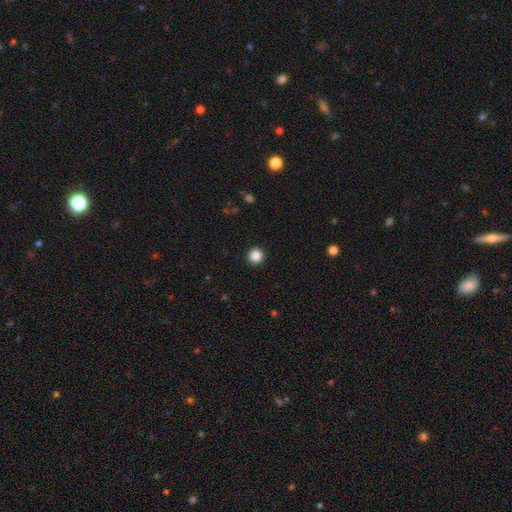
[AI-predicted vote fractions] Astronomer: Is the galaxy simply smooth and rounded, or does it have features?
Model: smooth — 87%.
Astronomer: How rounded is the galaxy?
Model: round — 95%.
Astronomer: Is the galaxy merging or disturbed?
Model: none — 93%.